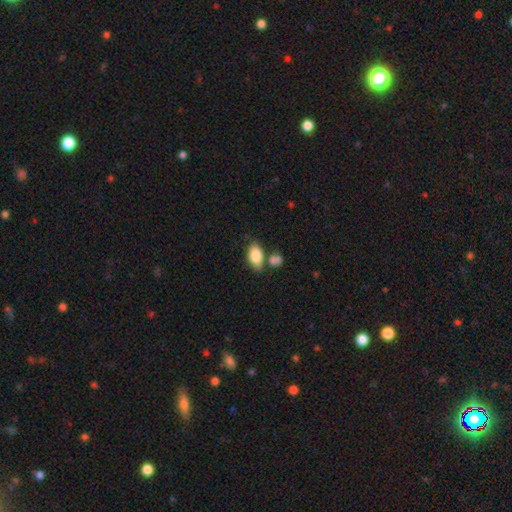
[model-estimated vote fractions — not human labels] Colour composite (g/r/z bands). It shows a smooth galaxy with no disk features (84%) that is in between round and cigar-shaped (91%). Merging: none (61%).